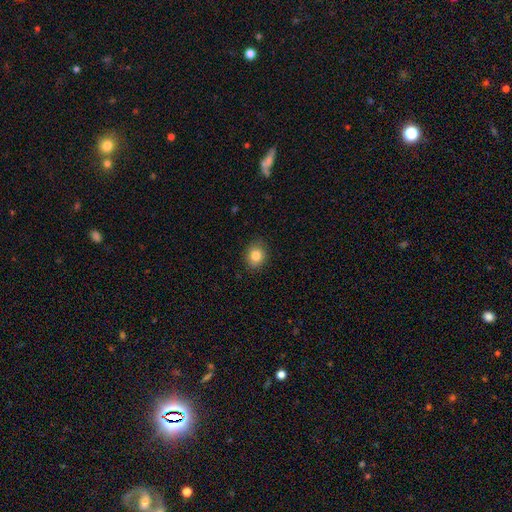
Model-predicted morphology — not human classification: A smooth galaxy with no disk features (83%) that is round (63%).

Vote fractions:
- Smooth or featured? smooth: 83% / star or artifact: 10% / featured or disk: 8%
- How rounded? round: 63% / in between: 36% / cigar-shaped: 1%
- Merging? none: 85% / minor disturbance: 12% / major disturbance: 2% / merger: 1%